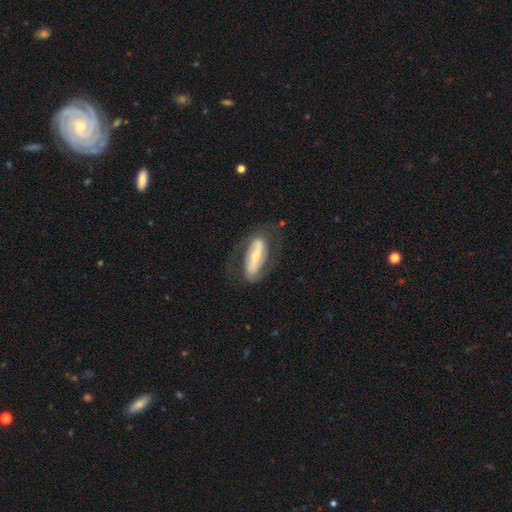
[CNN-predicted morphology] Q: Smooth or featured?
A: featured or disk (69%); runner-up: smooth (25%)
Q: Edge-on disk?
A: no (81%); runner-up: yes (19%)
Q: Bar?
A: strong (61%); runner-up: weak (19%)
Q: Spiral arms?
A: yes (74%); runner-up: no (26%)
Q: Bulge size?
A: small (51%); runner-up: moderate (42%)
Q: Merging?
A: none (66%); runner-up: minor disturbance (19%)